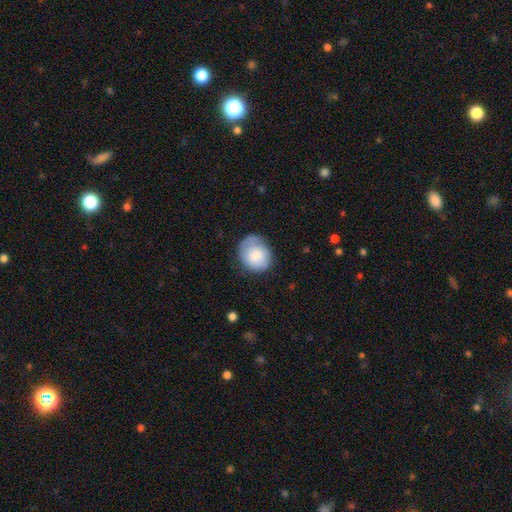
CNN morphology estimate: smooth_or_featured: smooth (p=0.73) [alt: featured or disk p=0.21]
how_rounded: round (p=0.65) [alt: in between p=0.34]
merging: none (p=0.66) [alt: minor disturbance p=0.25]